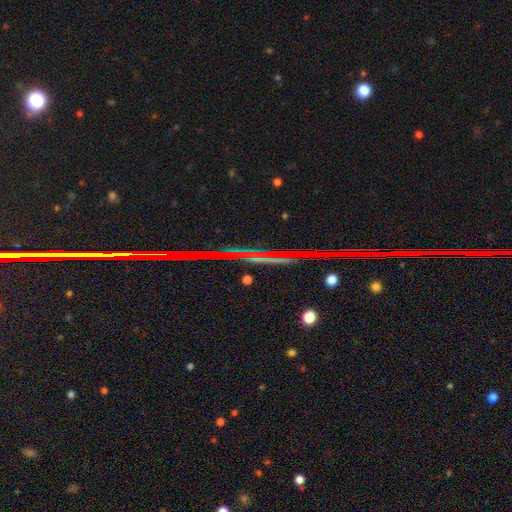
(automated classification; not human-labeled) Smooth or featured?
  - star or artifact: 58% *
  - featured or disk: 30%
  - smooth: 12%